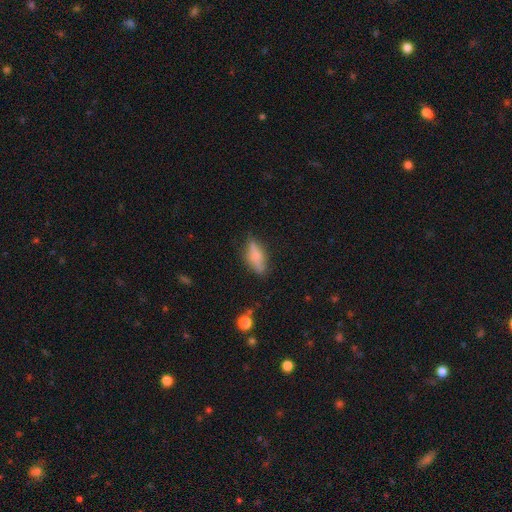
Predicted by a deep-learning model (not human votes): Q: Smooth or featured?
A: smooth (63%); runner-up: featured or disk (28%)
Q: How rounded?
A: in between (62%); runner-up: cigar-shaped (35%)
Q: Merging?
A: none (67%); runner-up: minor disturbance (23%)